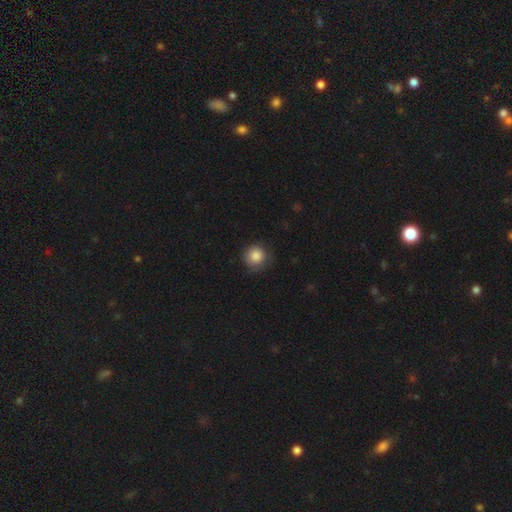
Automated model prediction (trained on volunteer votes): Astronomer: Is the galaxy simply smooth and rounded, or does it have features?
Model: smooth — 85%.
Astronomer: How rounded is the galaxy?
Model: round — 93%.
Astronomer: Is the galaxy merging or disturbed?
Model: none — 73%.